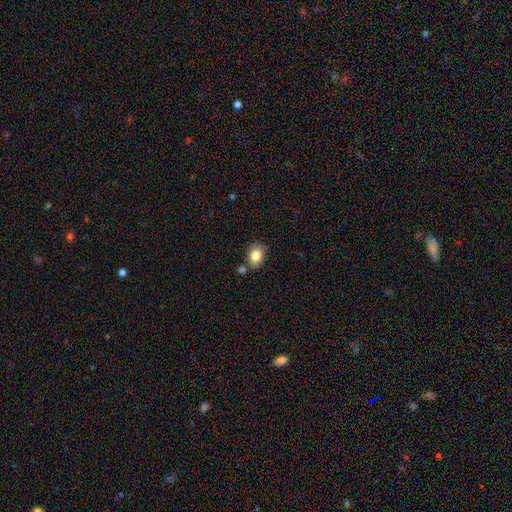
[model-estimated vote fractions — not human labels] A smooth galaxy with no disk features (83%) that is in between round and cigar-shaped (71%). Merging: none (73%).